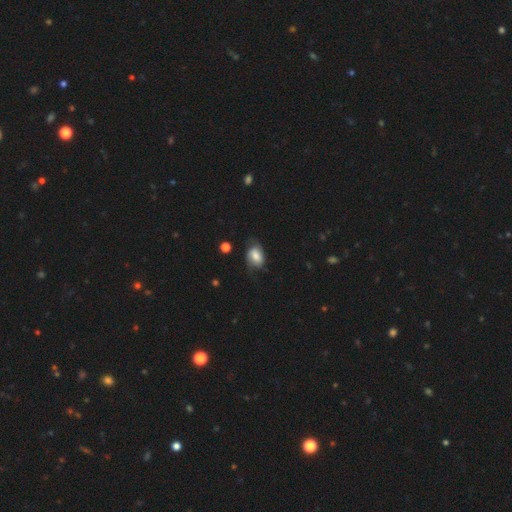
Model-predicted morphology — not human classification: type=smooth (65%); roundness=in between (82%); merging=none (58%).